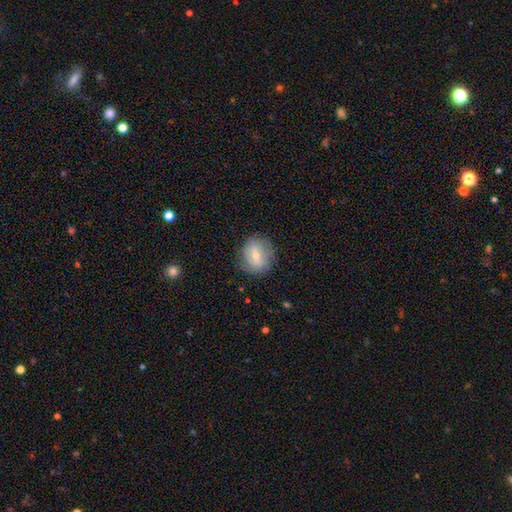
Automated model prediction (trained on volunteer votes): A smooth galaxy with no disk features (55%) that is round (76%). Merging: none (77%).